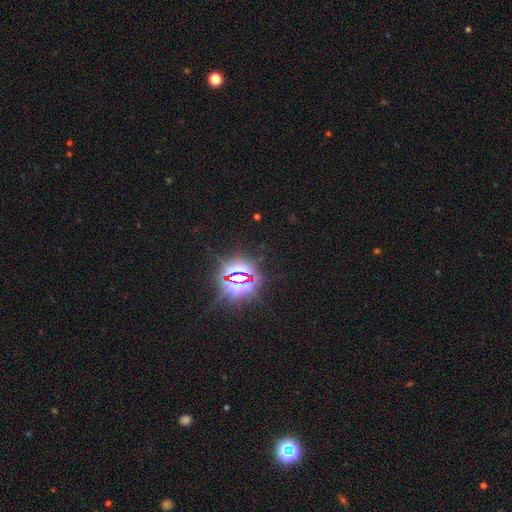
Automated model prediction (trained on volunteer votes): star or artifact 85%, smooth 10%, featured or disk 6%.